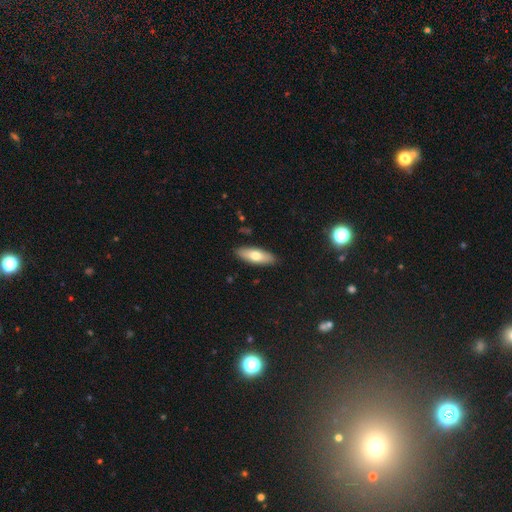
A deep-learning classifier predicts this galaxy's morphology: type=smooth (69%); roundness=in between (66%); merging=none (89%).